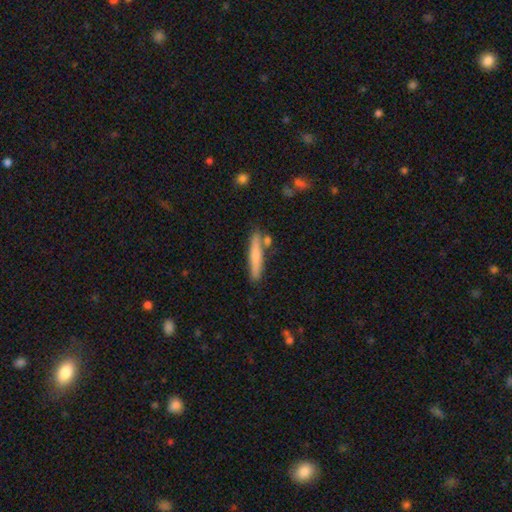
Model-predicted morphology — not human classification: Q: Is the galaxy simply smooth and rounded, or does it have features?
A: smooth — 61%.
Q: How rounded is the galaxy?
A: cigar-shaped — 91%.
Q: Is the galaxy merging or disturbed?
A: none — 78%.